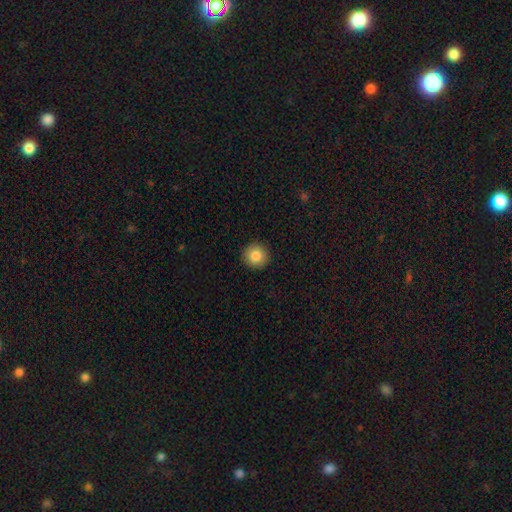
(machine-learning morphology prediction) Smooth or featured? smooth (84%)
How rounded? round (94%)
Merging? none (93%)